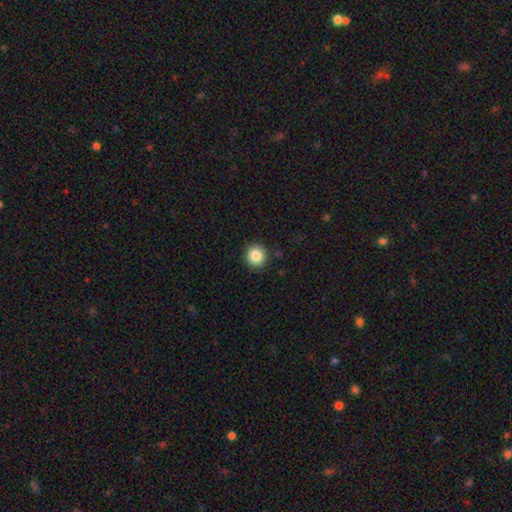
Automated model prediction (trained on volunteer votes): Smooth or featured? smooth (86%)
How rounded? round (95%)
Merging? none (91%)